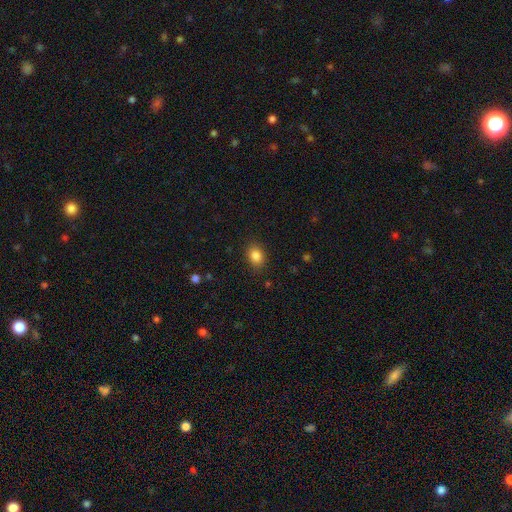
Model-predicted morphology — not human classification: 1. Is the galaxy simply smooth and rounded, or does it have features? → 85% smooth, 10% star or artifact, 5% featured or disk.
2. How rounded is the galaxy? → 61% in between, 38% round, 1% cigar-shaped.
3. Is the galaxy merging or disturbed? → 85% none, 11% minor disturbance, 3% major disturbance, 1% merger.